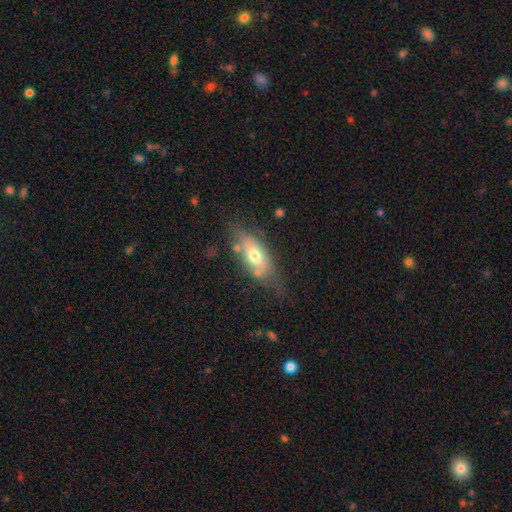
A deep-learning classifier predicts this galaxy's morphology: A featured or disk galaxy (49%).

Vote fractions:
- Smooth or featured? featured or disk: 49% / smooth: 40% / star or artifact: 10%
- Merging? none: 66% / minor disturbance: 24% / major disturbance: 7% / merger: 3%